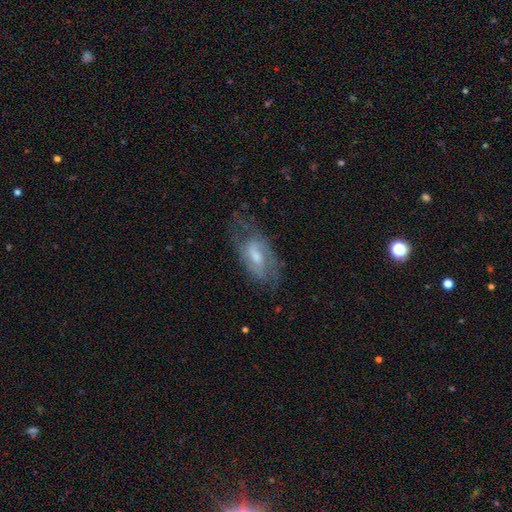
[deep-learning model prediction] The model was most divided on "spiral winding": medium: 45%, tight: 33%, loose: 21%. More confident: edge-on disk — no (92%); spiral arms — yes (85%); smooth or featured — featured or disk (71%); spiral arm count — 2 (61%); merging — none (60%); bar — weak (55%); bulge size — moderate (52%).